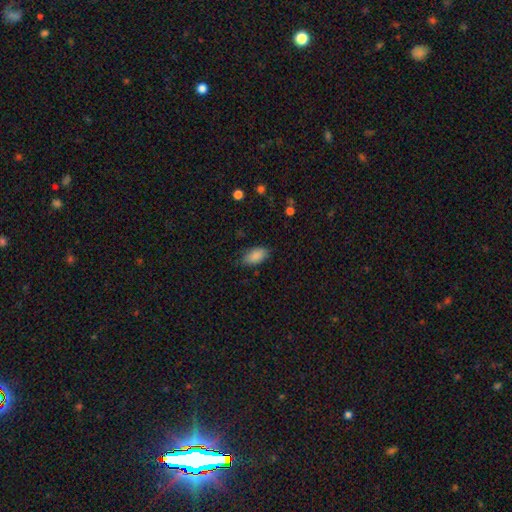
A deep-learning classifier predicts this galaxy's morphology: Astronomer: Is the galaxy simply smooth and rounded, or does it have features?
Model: smooth — 88%.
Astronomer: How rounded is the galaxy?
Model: in between — 93%.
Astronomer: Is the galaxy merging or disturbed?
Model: none — 79%.